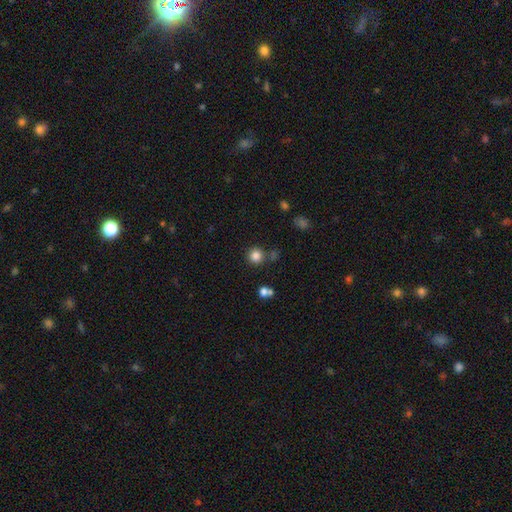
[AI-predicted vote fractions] Overall: smooth (83%). How rounded: round (94%). Merging: none (81%).